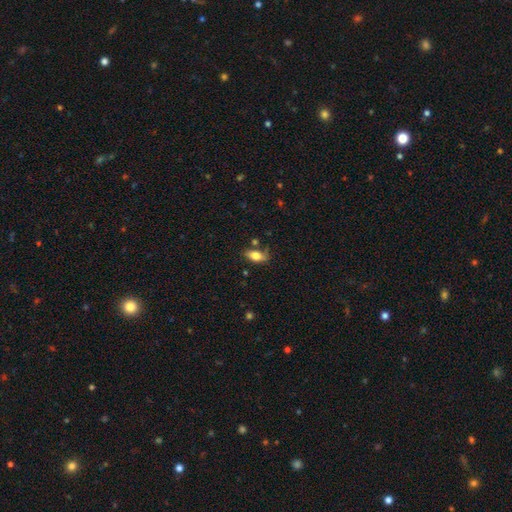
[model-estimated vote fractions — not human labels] smooth-or-featured: smooth: 76% | featured or disk: 16% | star or artifact: 8%
  how-rounded: in between: 86% | cigar-shaped: 9% | round: 5%
  merging: none: 69% | minor disturbance: 20% | merger: 6% | major disturbance: 5%